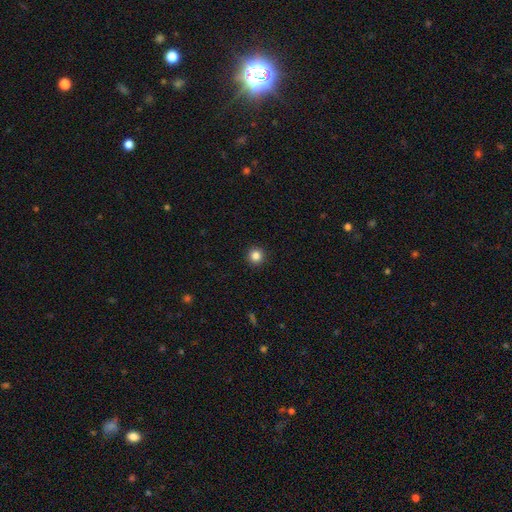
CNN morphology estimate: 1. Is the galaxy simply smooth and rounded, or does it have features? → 84% smooth, 12% star or artifact, 4% featured or disk.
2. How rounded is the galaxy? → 96% round, 3% in between, 1% cigar-shaped.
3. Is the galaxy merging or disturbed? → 94% none, 4% minor disturbance, 2% major disturbance, 1% merger.